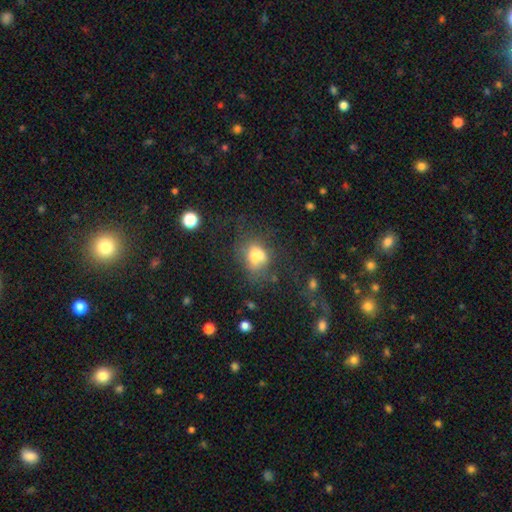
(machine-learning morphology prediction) Overall: smooth (55%; featured or disk 30%). How rounded: round (52%; in between 47%). Merging: merger (39%; none 31%).